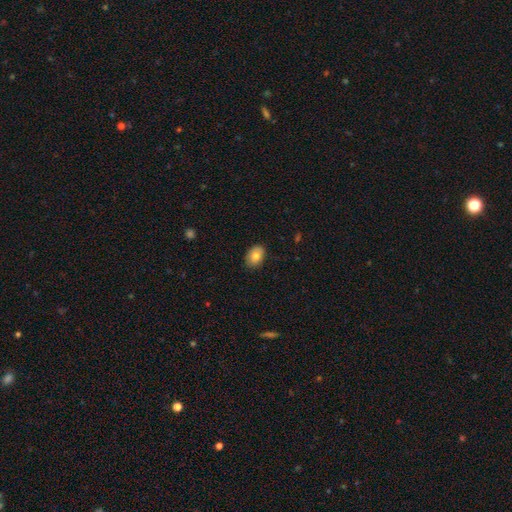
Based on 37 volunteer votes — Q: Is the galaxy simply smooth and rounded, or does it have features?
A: smooth — 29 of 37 (78%).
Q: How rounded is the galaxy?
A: in between — 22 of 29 (76%).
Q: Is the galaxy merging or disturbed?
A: none — 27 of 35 (77%).